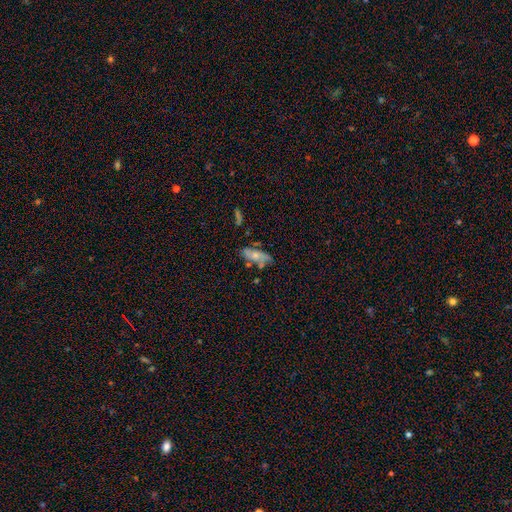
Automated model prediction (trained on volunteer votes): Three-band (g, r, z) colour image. It shows a featured or disk galaxy (46%). Merging: none (50%).